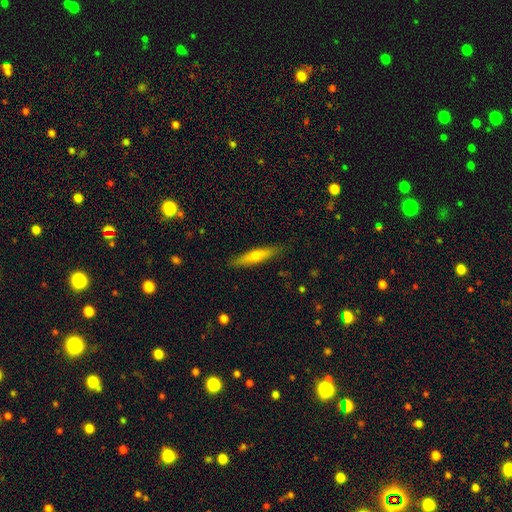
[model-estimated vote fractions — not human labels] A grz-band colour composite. It shows a smooth galaxy with no disk features (53%) that is cigar-shaped (84%). Merging: none (87%).